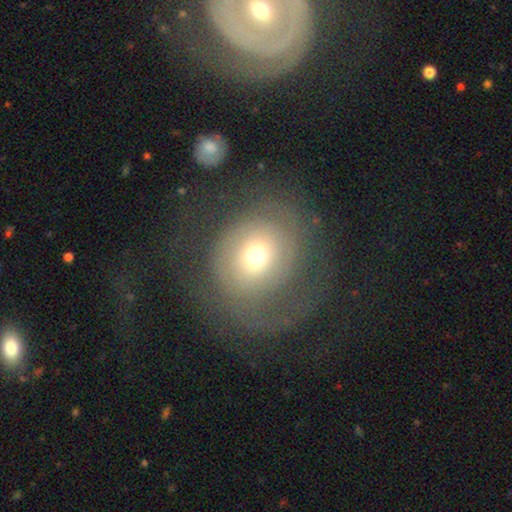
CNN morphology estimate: The model was most divided on "smooth or featured": smooth: 46%, featured or disk: 43%, star or artifact: 11%. Remaining: merging — none (46%).